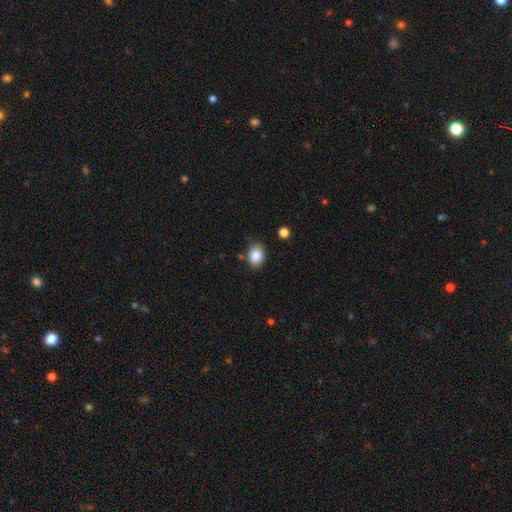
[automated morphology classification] smooth_or_featured: smooth (p=0.86) [alt: star or artifact p=0.08]
how_rounded: in between (p=0.58) [alt: round p=0.41]
merging: none (p=0.77) [alt: minor disturbance p=0.16]